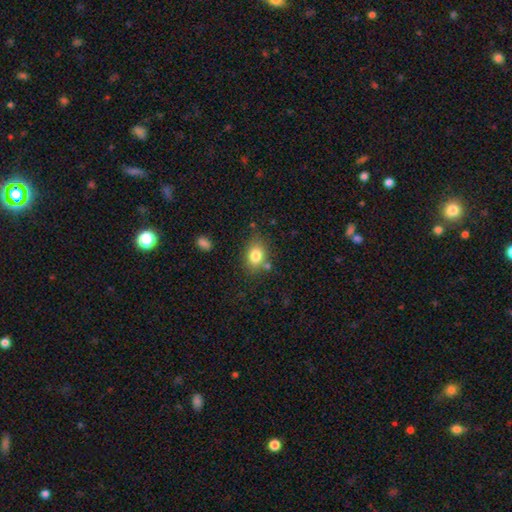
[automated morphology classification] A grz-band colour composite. It shows a smooth galaxy with no disk features (81%) that is in between round and cigar-shaped (62%). Merging: none (74%).